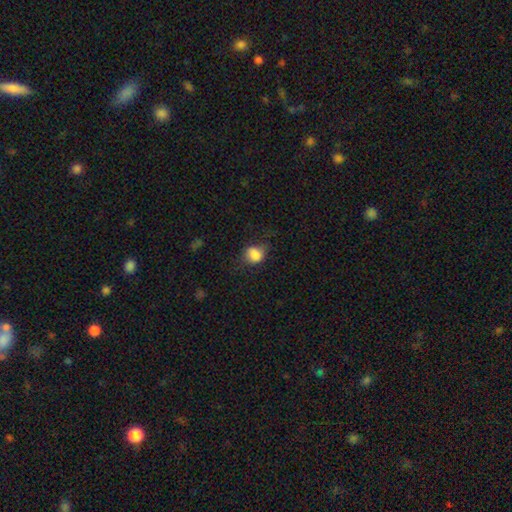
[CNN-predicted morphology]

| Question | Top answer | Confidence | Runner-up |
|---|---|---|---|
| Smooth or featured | smooth | 82% | star or artifact (10%) |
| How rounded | round | 53% | in between (46%) |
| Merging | none | 52% | minor disturbance (31%) |